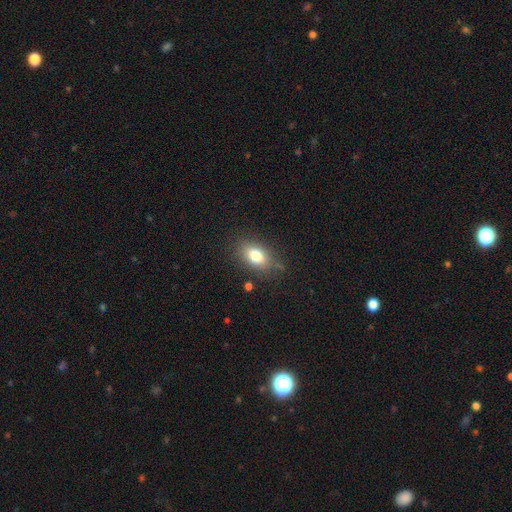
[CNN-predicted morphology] Smooth or featured? Predicted: smooth (p=0.78). How rounded? Predicted: in between (p=0.82). Merging? Predicted: none (p=0.79).